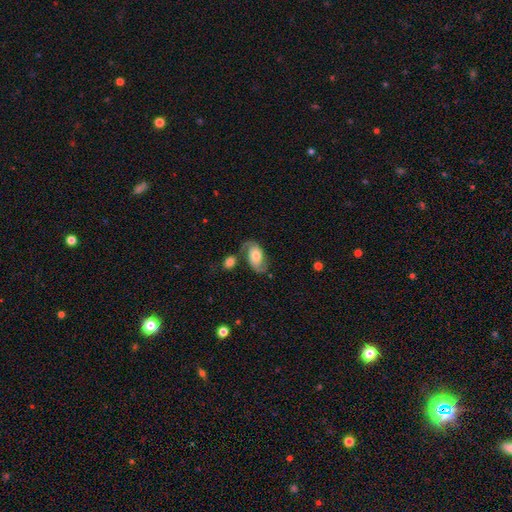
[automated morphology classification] Smooth or featured?
  - featured or disk: 67% *
  - smooth: 26%
  - star or artifact: 7%
Edge-on disk?
  - no: 96% *
  - yes: 4%
Bar?
  - no: 68% *
  - weak: 25%
  - strong: 7%
Spiral arms?
  - yes: 89% *
  - no: 11%
Spiral winding?
  - loose: 42% *
  - medium: 41%
  - tight: 17%
Spiral arm count?
  - 2: 87% *
  - 1: 5%
  - can't tell: 5%
  - 3: 1%
  - 4: 1%
  - more than 4: 1%
Bulge size?
  - moderate: 59% *
  - small: 19%
  - large: 17%
  - dominant: 3%
  - none: 2%
Merging?
  - none: 53% *
  - minor disturbance: 19%
  - merger: 16%
  - major disturbance: 12%